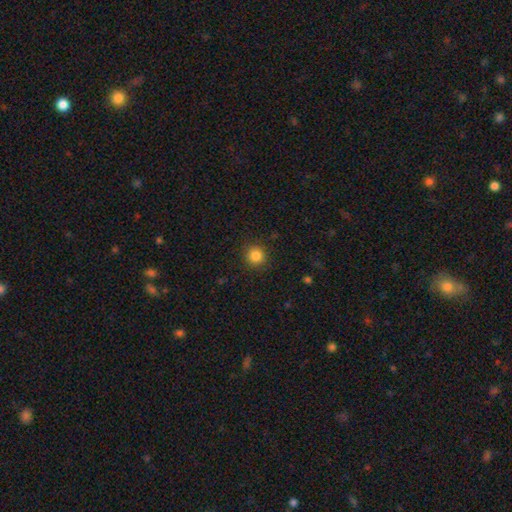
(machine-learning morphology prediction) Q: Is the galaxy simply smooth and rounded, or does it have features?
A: smooth — 85%.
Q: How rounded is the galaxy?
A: round — 93%.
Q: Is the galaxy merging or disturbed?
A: none — 91%.